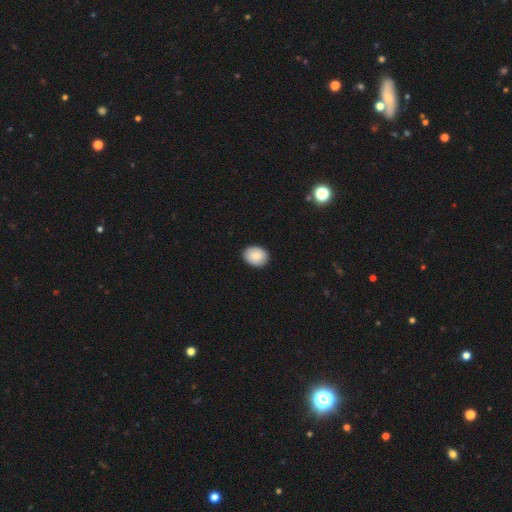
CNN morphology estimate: The model was most divided on "how rounded": in between: 62%, round: 38%, cigar-shaped: 1%. More confident: merging — none (89%); smooth or featured — smooth (85%).